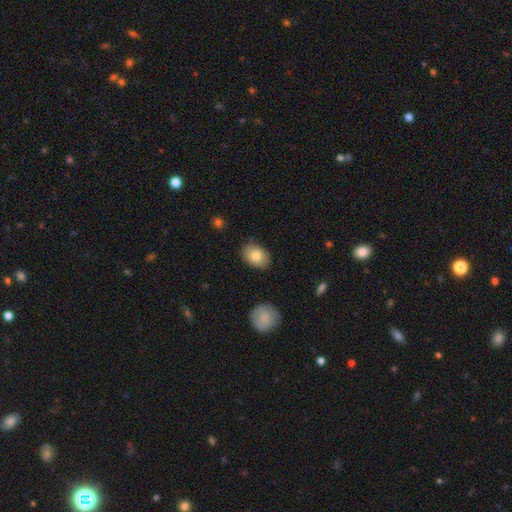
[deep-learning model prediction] This appears to be a smooth galaxy with no disk features (81%) that is in between round and cigar-shaped (84%). Merging: none (85%).